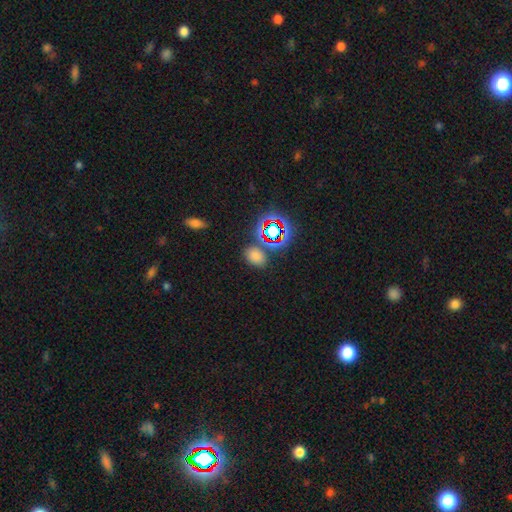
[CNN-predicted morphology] Smooth or featured?
  - smooth: 67% *
  - star or artifact: 27%
  - featured or disk: 6%
How rounded?
  - in between: 71% *
  - round: 27%
  - cigar-shaped: 2%
Merging?
  - none: 76% *
  - minor disturbance: 12%
  - merger: 8%
  - major disturbance: 4%